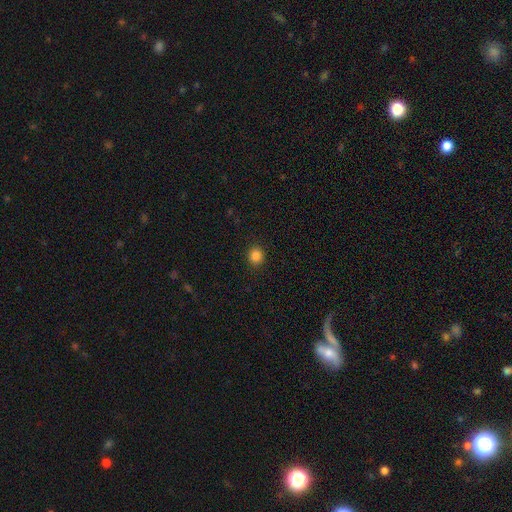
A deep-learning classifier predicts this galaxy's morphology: Smooth or featured?
  - smooth: 84% *
  - star or artifact: 12%
  - featured or disk: 4%
How rounded?
  - round: 86% *
  - in between: 13%
  - cigar-shaped: 1%
Merging?
  - none: 92% *
  - minor disturbance: 6%
  - major disturbance: 2%
  - merger: 1%